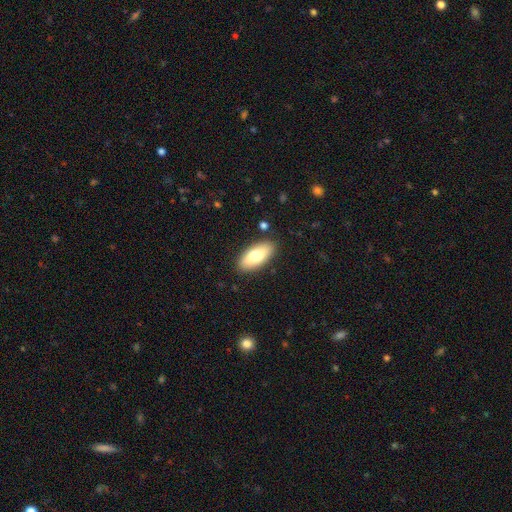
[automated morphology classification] A smooth galaxy with no disk features (74%) that is in between round and cigar-shaped (87%).

Vote fractions:
- Smooth or featured? smooth: 74% / featured or disk: 20% / star or artifact: 6%
- How rounded? in between: 87% / cigar-shaped: 10% / round: 2%
- Merging? none: 88% / minor disturbance: 9% / major disturbance: 2% / merger: 1%